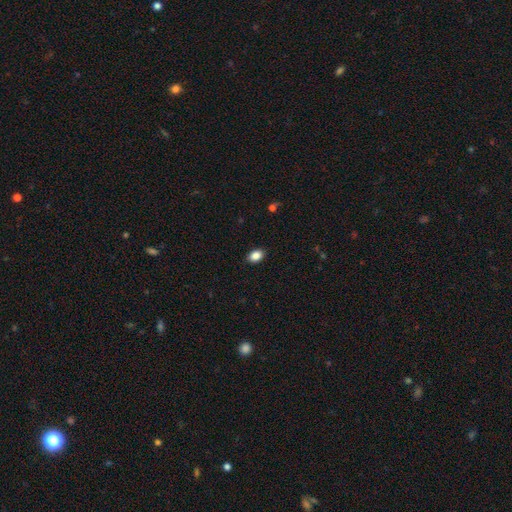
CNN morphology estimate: Smooth or featured: smooth — 87% (star or artifact — 9%)
How rounded: in between — 83% (round — 16%)
Merging: none — 89% (minor disturbance — 8%)